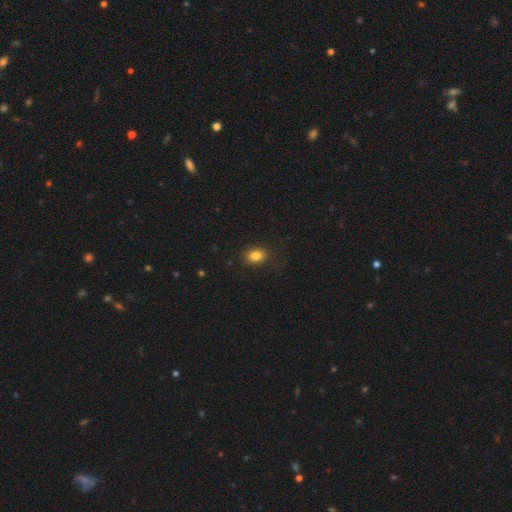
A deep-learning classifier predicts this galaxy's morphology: smooth-or-featured: smooth: 84% | star or artifact: 11% | featured or disk: 6%
  how-rounded: in between: 69% | round: 30% | cigar-shaped: 1%
  merging: none: 85% | minor disturbance: 11% | major disturbance: 3% | merger: 1%